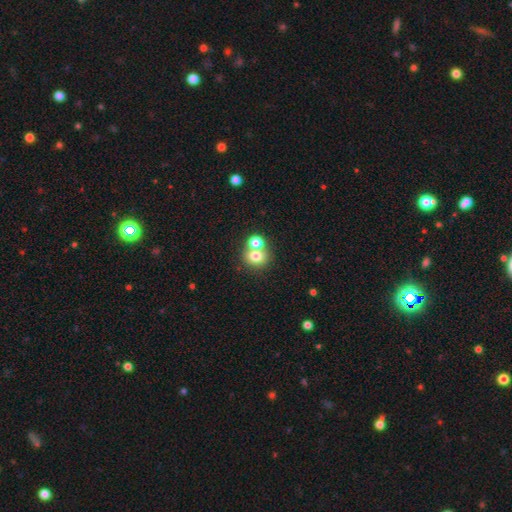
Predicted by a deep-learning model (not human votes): Smooth or featured?
  - smooth: 74% *
  - featured or disk: 13%
  - star or artifact: 13%
How rounded?
  - round: 78% *
  - in between: 21%
  - cigar-shaped: 1%
Merging?
  - none: 47% *
  - merger: 43%
  - minor disturbance: 7%
  - major disturbance: 3%